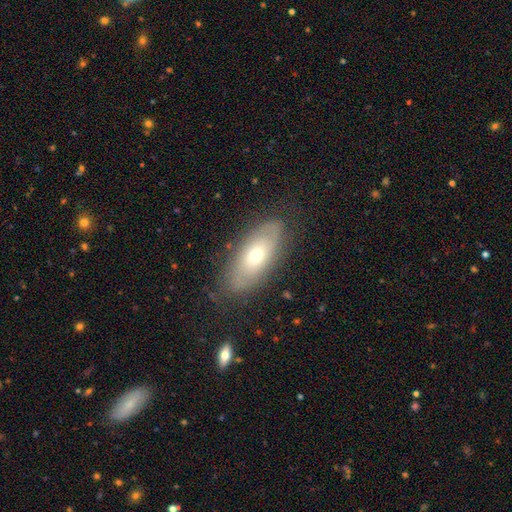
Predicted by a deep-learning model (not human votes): featured or disk 48%, smooth 44%, star or artifact 8%. Down the decision tree: merging — none (78%).